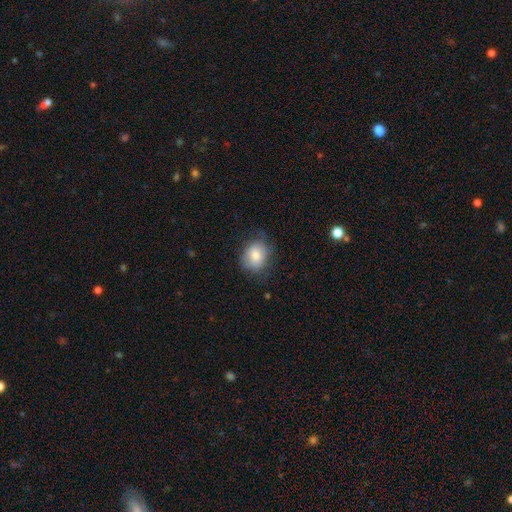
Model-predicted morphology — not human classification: smooth_or_featured: smooth (p=0.77) [alt: featured or disk p=0.15]
how_rounded: round (p=0.53) [alt: in between p=0.46]
merging: none (p=0.66) [alt: minor disturbance p=0.25]